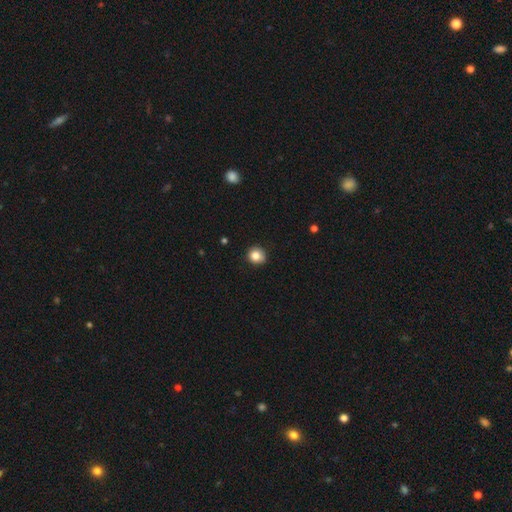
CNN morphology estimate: type=smooth (84%); roundness=round (88%); merging=none (89%).